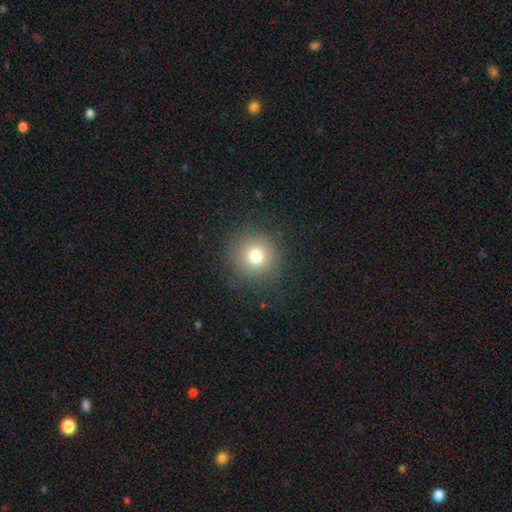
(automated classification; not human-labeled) Q: Smooth or featured?
A: smooth (76%); runner-up: star or artifact (15%)
Q: How rounded?
A: round (94%); runner-up: in between (5%)
Q: Merging?
A: none (88%); runner-up: minor disturbance (7%)